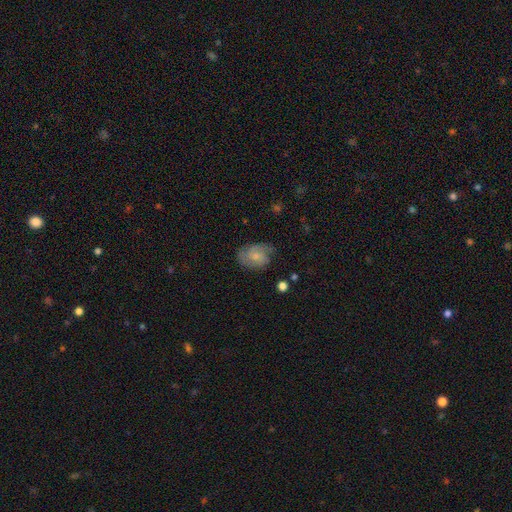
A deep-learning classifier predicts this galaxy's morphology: A featured or disk galaxy (56%) with no bar (66%), spiral arms (88%) and a small central bulge (50%).

Vote fractions:
- Smooth or featured? featured or disk: 56% / smooth: 37% / star or artifact: 7%
- Edge-on disk? no: 97% / yes: 3%
- Bar? no: 66% / weak: 30% / strong: 4%
- Spiral arms? yes: 88% / no: 12%
- Bulge size? small: 50% / moderate: 35% / none: 10% / large: 3% / dominant: 1%
- Merging? none: 64% / minor disturbance: 24% / major disturbance: 10% / merger: 2%